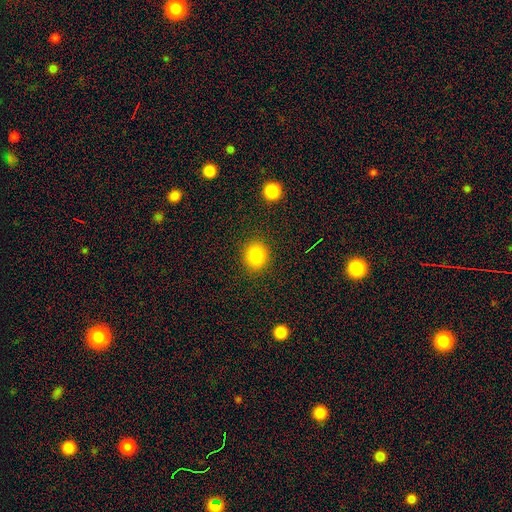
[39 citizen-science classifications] This is clearly a smooth galaxy (90%). How rounded: likely round (74%). Merging: clearly none (91%).